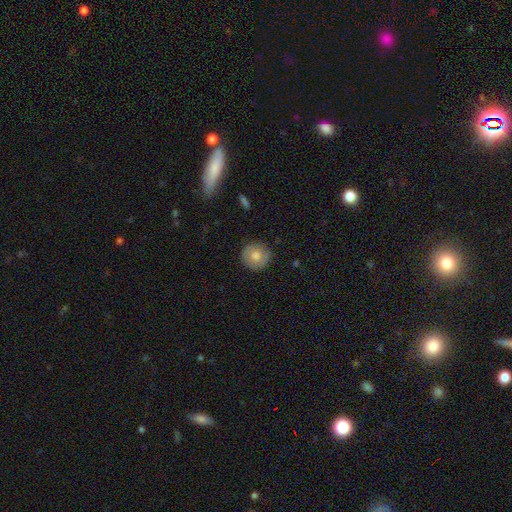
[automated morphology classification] Smooth or featured? Predicted: smooth (p=0.74). How rounded? Predicted: round (p=0.93). Merging? Predicted: none (p=0.89).